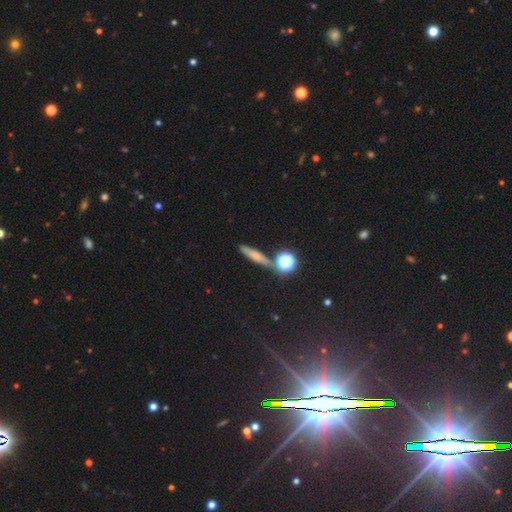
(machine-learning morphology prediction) A smooth galaxy with no disk features (56%) that is cigar-shaped (68%). Merging: none (78%).